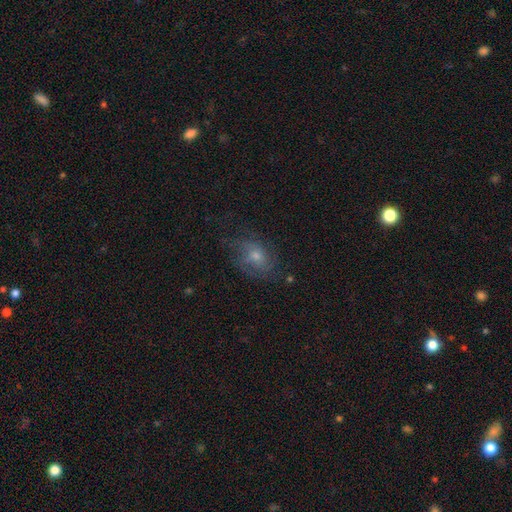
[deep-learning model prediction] Overall: featured or disk (49%; smooth 36%). Merging: none (63%).